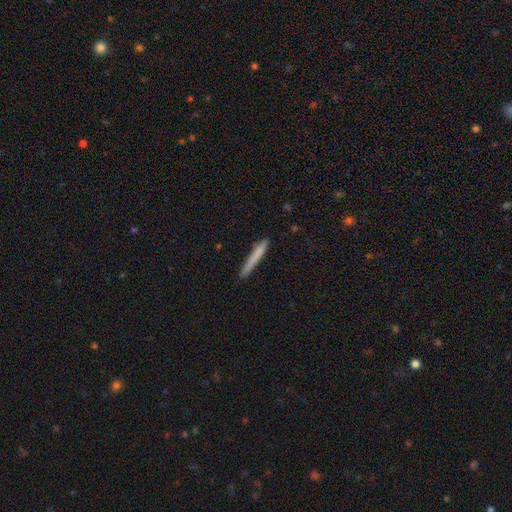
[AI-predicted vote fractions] Smooth or featured?
  - smooth: 73% *
  - featured or disk: 21%
  - star or artifact: 6%
How rounded?
  - cigar-shaped: 97% *
  - in between: 2%
  - round: 1%
Merging?
  - none: 86% *
  - minor disturbance: 11%
  - major disturbance: 2%
  - merger: 1%